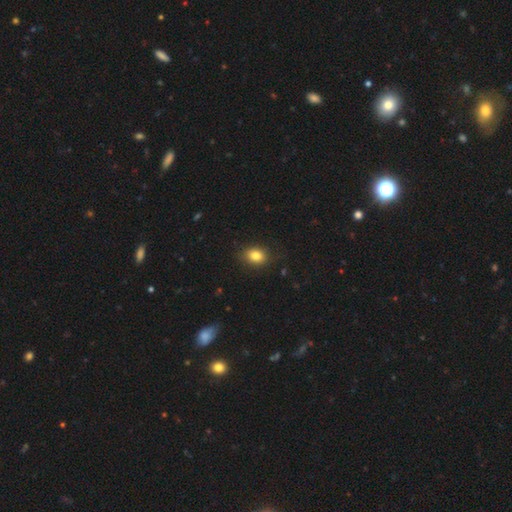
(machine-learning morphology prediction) A smooth galaxy with no disk features (82%) that is in between round and cigar-shaped (63%). Merging: none (85%).